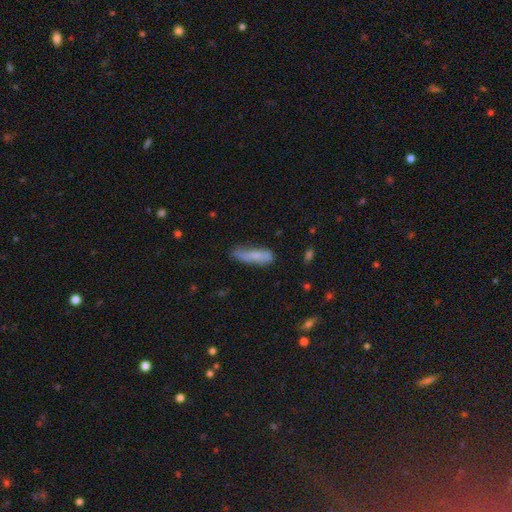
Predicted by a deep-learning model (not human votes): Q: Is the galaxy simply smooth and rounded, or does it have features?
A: smooth — 72%.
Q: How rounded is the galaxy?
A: cigar-shaped — 72%.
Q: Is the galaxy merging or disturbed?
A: none — 53%.